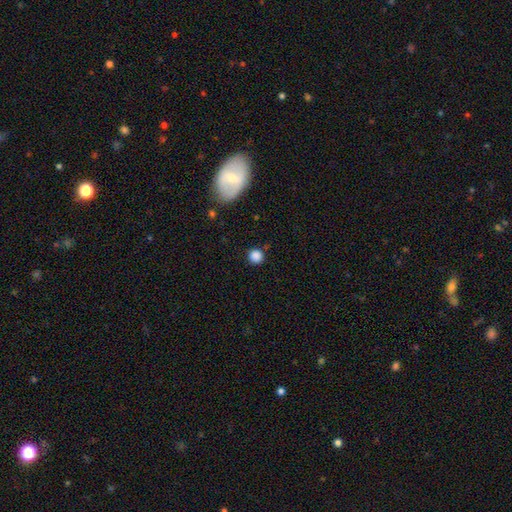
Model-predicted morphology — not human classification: Overall: smooth (85%). How rounded: round (92%). Merging: none (85%).